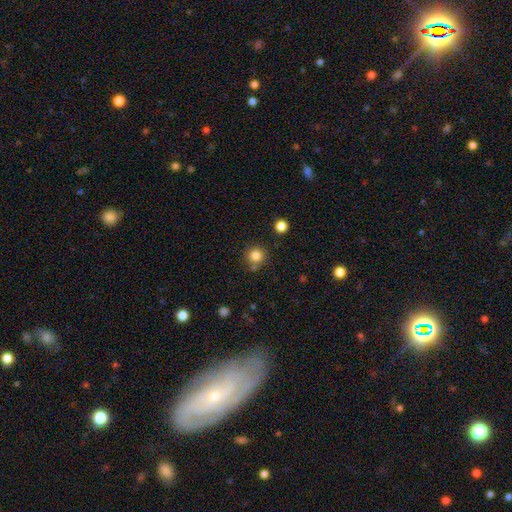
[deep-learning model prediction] Smooth or featured? smooth (83%)
How rounded? round (93%)
Merging? none (78%)